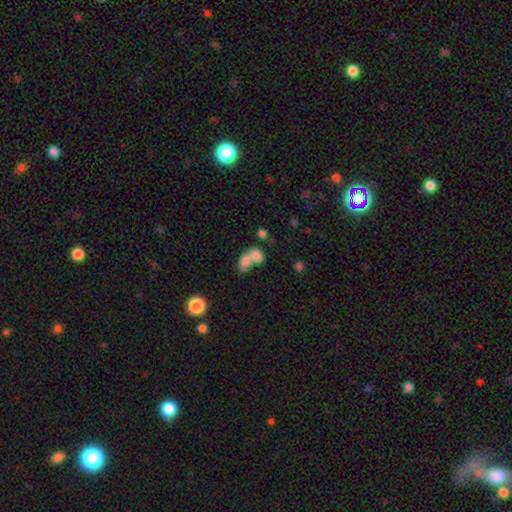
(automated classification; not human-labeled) smooth_or_featured: smooth (p=0.78) [alt: featured or disk p=0.13]
how_rounded: in between (p=0.73) [alt: round p=0.25]
merging: merger (p=0.72) [alt: none p=0.18]